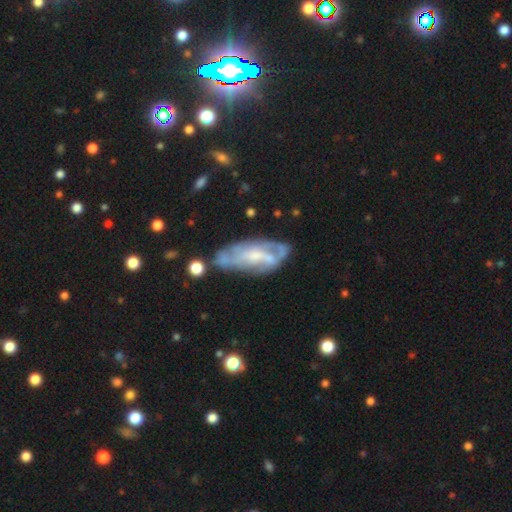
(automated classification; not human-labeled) Smooth or featured? Predicted: featured or disk (p=0.70). Edge-on disk? Predicted: no (p=0.89). Bar? Predicted: no (p=0.52). Spiral arms? Predicted: yes (p=0.75). Bulge size? Predicted: small (p=0.44). Merging? Predicted: none (p=0.58).